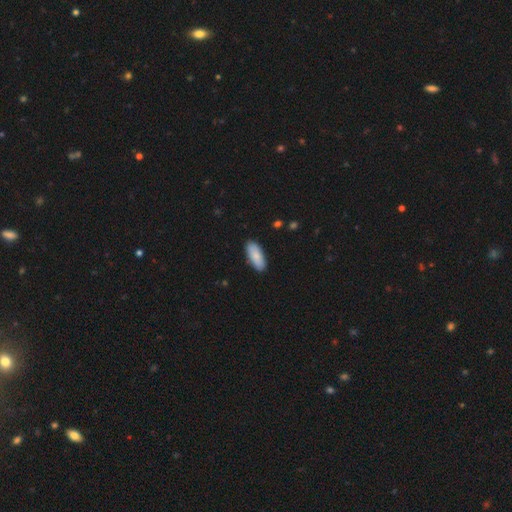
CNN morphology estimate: Smooth or featured? smooth (84%)
How rounded? in between (83%)
Merging? none (88%)